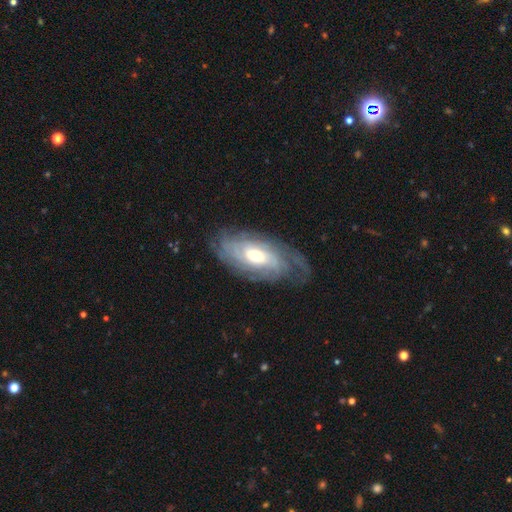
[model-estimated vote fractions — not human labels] A featured or disk galaxy (84%) with no bar (61%), tight (68%) spiral arms (94%) and a moderate central bulge (65%). Merging: none (73%).